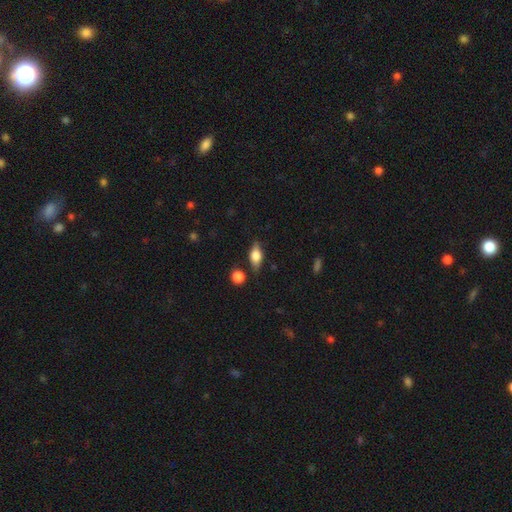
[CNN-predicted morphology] Smooth or featured? smooth (49%)
Merging? none (79%)